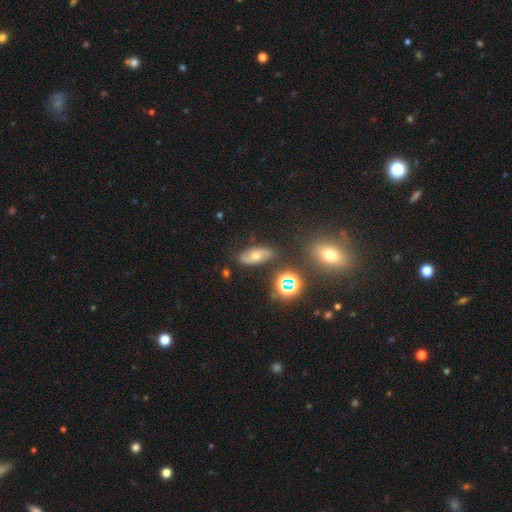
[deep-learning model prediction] Q: Smooth or featured?
A: smooth (38%); runner-up: featured or disk (36%)
Q: Merging?
A: none (76%); runner-up: minor disturbance (14%)